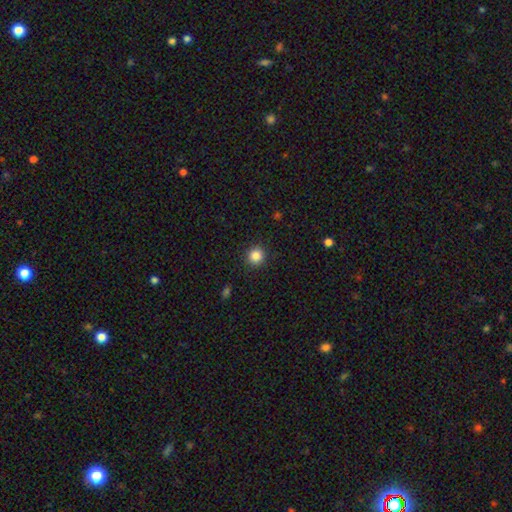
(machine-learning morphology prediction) The model was most divided on "smooth or featured": smooth: 86%, star or artifact: 11%, featured or disk: 4%. More confident: how rounded — round (93%); merging — none (91%).